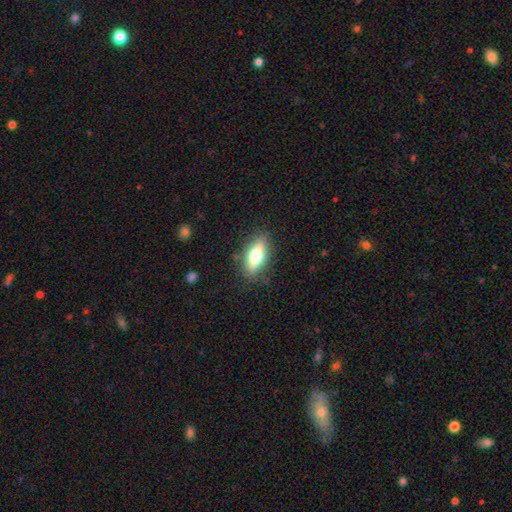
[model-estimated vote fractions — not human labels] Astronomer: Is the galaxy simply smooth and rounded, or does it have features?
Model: smooth — 60%.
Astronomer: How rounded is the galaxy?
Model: in between — 71%.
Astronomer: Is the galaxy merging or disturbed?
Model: none — 84%.